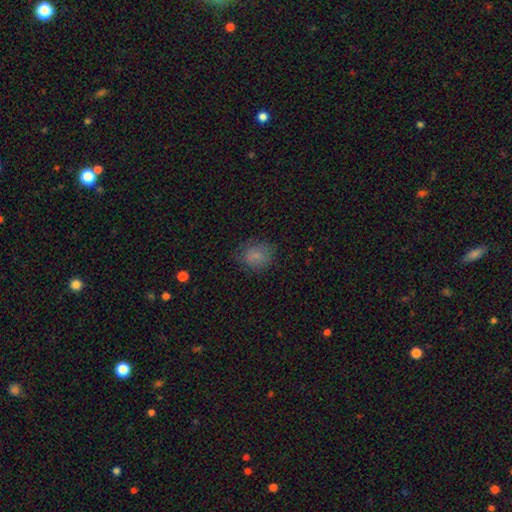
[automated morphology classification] This is likely a smooth galaxy (80%). How rounded: likely round (64%). Merging: likely none (70%).